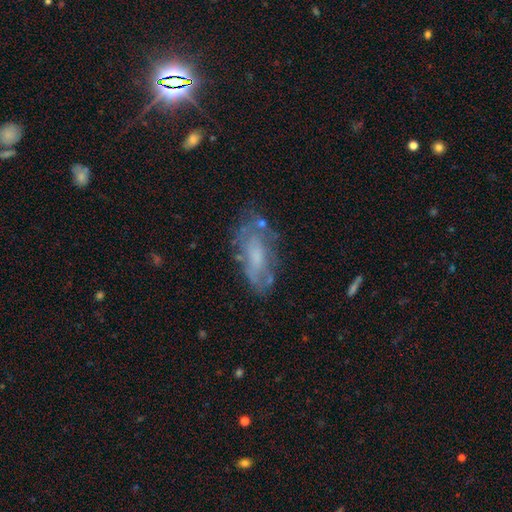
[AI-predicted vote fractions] Smooth or featured?
  - featured or disk: 55% *
  - smooth: 36%
  - star or artifact: 9%
Edge-on disk?
  - no: 86% *
  - yes: 14%
Merging?
  - none: 61% *
  - minor disturbance: 23%
  - major disturbance: 11%
  - merger: 4%